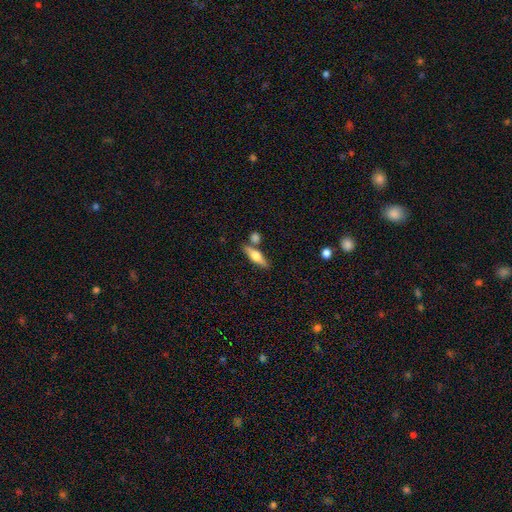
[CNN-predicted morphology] featured or disk 47%, smooth 46%, star or artifact 6%. Down the decision tree: merging — none (71%).